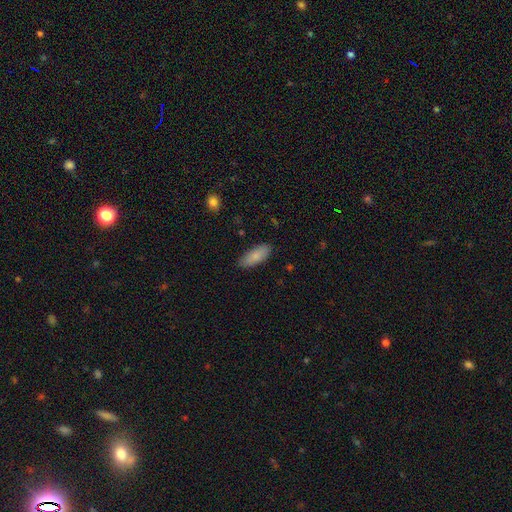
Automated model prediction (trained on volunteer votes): Smooth or featured? smooth (85%)
How rounded? in between (77%)
Merging? none (86%)